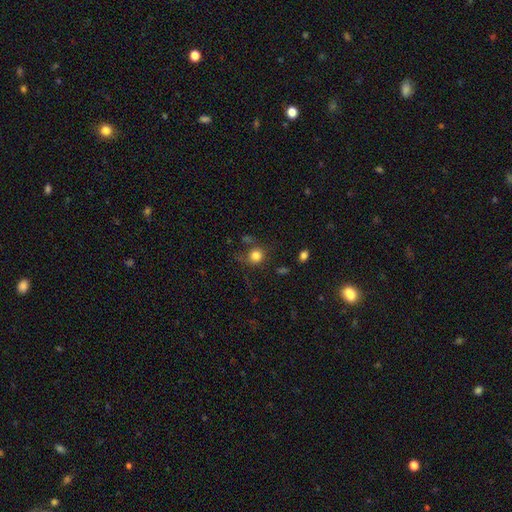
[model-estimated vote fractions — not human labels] Q: Smooth or featured?
A: smooth (81%); runner-up: star or artifact (12%)
Q: How rounded?
A: round (88%); runner-up: in between (11%)
Q: Merging?
A: none (70%); runner-up: minor disturbance (17%)